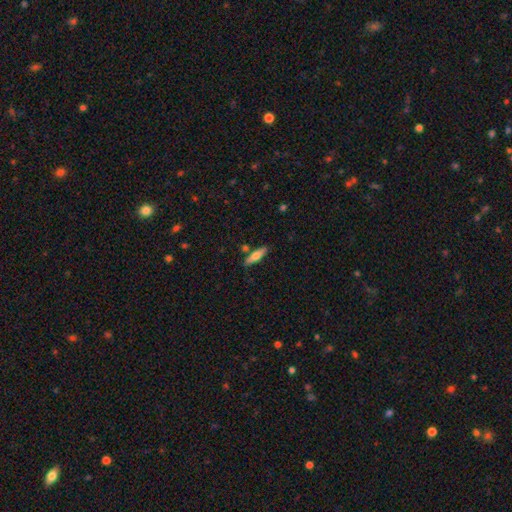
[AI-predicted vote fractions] Smooth or featured: smooth — 68% (featured or disk — 26%)
How rounded: cigar-shaped — 66% (in between — 32%)
Merging: none — 79% (minor disturbance — 12%)